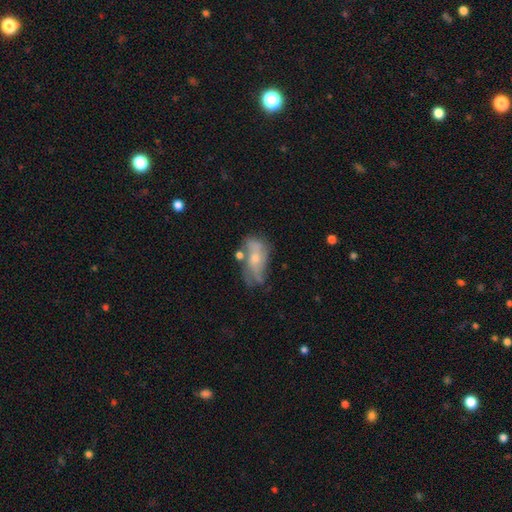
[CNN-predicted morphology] This appears to be a featured or disk galaxy (60%) with no bar (74%), spiral arms (64%) and a small central bulge (49%). Merging: none (39%).